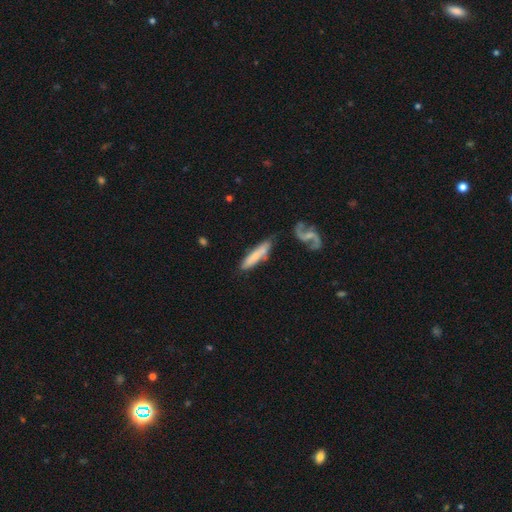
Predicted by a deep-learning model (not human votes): The model was most divided on "smooth or featured": smooth: 62%, featured or disk: 32%, star or artifact: 6%. More confident: how rounded — cigar-shaped (80%); merging — none (60%).